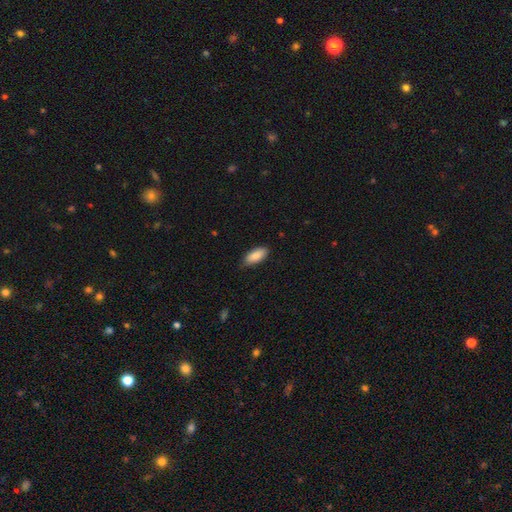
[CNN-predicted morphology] smooth-or-featured: smooth: 88% | star or artifact: 6% | featured or disk: 6%
  how-rounded: in between: 87% | cigar-shaped: 11% | round: 2%
  merging: none: 79% | minor disturbance: 18% | major disturbance: 2% | merger: 1%